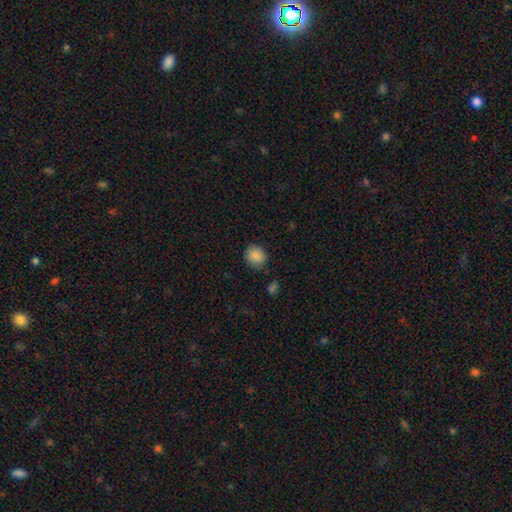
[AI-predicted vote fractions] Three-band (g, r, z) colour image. It shows a smooth galaxy with no disk features (88%) that is round (73%). Merging: none (82%).